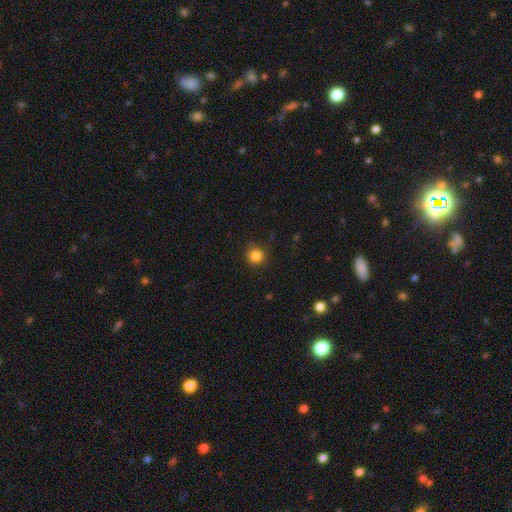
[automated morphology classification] The model was most divided on "smooth or featured": smooth: 84%, star or artifact: 12%, featured or disk: 4%. More confident: how rounded — round (93%); merging — none (87%).